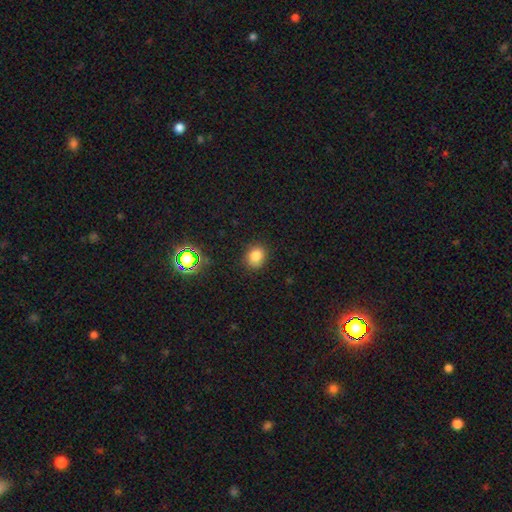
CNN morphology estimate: type=smooth (80%); roundness=round (69%); merging=none (85%).